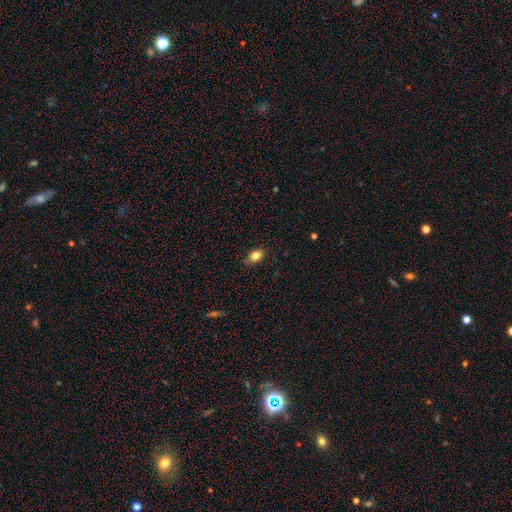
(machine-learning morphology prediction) smooth_or_featured: smooth (p=0.82) [alt: star or artifact p=0.09]
how_rounded: in between (p=0.79) [alt: round p=0.18]
merging: none (p=0.77) [alt: minor disturbance p=0.19]